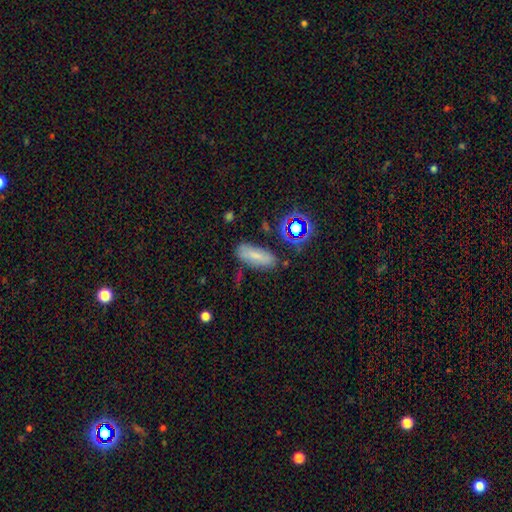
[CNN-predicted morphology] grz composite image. It shows a smooth galaxy with no disk features (66%) that is in between round and cigar-shaped (69%). Merging: none (67%).